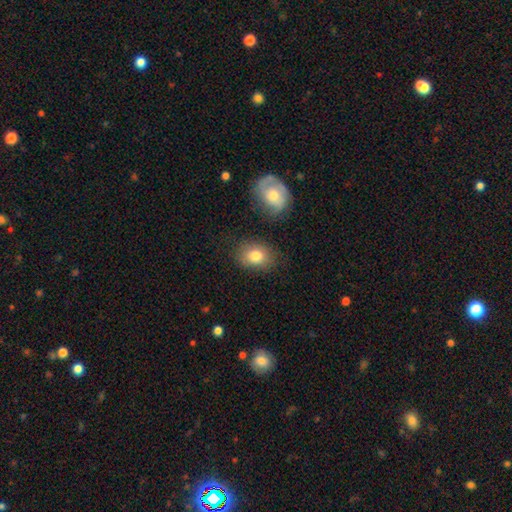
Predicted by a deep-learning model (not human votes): The model was most divided on "how rounded": in between: 60%, round: 39%, cigar-shaped: 1%. More confident: smooth or featured — smooth (81%); merging — none (77%).